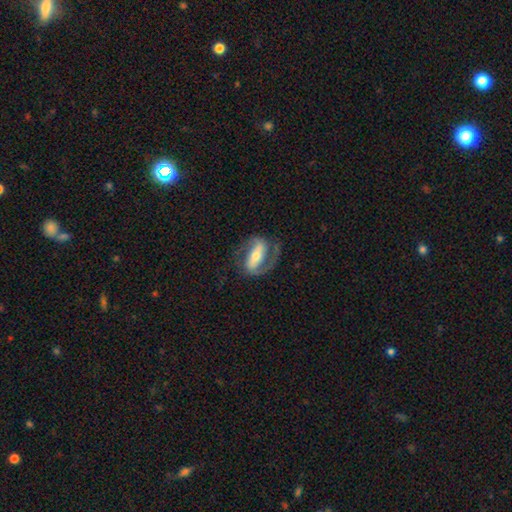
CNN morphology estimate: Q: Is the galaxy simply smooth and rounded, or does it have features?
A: featured or disk — 81%.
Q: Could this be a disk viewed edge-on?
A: no — 94%.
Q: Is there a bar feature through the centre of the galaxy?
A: strong — 62%.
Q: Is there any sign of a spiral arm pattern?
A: yes — 90%.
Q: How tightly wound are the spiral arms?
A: medium — 49%.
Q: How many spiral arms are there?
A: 2 — 85%.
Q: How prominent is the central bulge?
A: moderate — 53%.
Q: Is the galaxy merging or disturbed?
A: none — 70%.